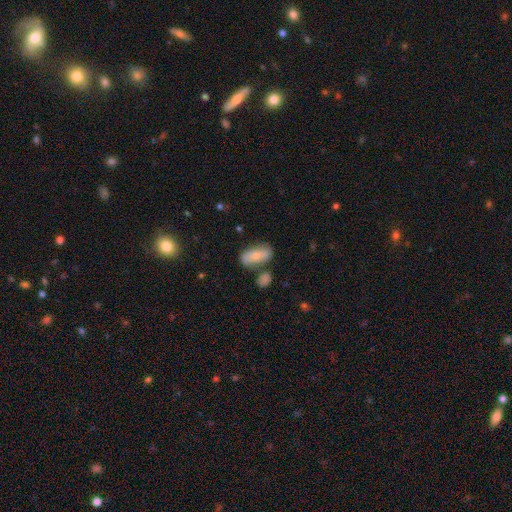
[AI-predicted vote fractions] Smooth or featured? Predicted: smooth (p=0.63). How rounded? Predicted: in between (p=0.86). Merging? Predicted: none (p=0.64).